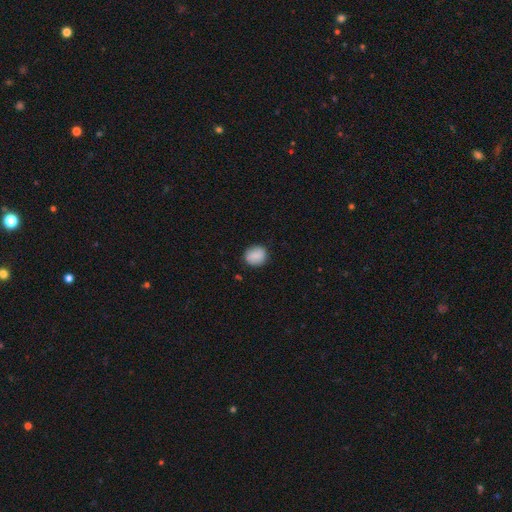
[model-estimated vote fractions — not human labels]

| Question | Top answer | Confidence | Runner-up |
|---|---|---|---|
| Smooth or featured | smooth | 86% | star or artifact (7%) |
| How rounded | round | 72% | in between (26%) |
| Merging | none | 86% | minor disturbance (10%) |